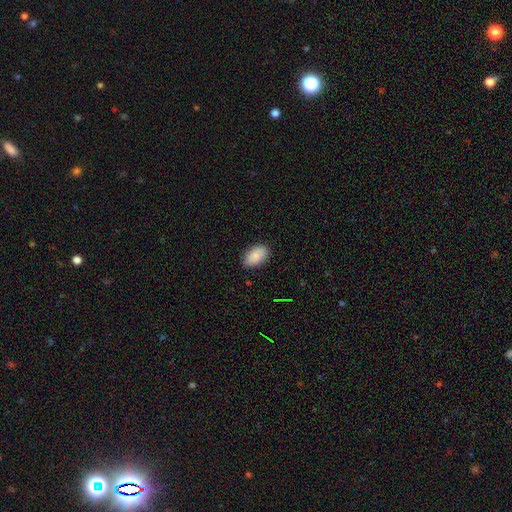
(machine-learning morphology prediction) Q: Smooth or featured?
A: smooth (86%); runner-up: featured or disk (7%)
Q: How rounded?
A: in between (93%); runner-up: round (5%)
Q: Merging?
A: none (84%); runner-up: minor disturbance (12%)